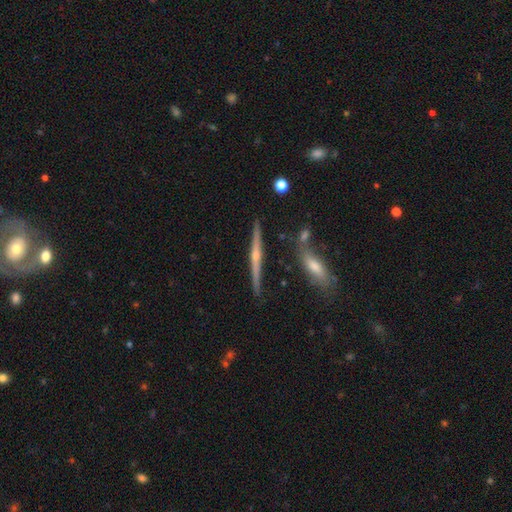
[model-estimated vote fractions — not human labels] smooth-or-featured: featured or disk: 78% | smooth: 16% | star or artifact: 6%
  disk-edge-on: yes: 98% | no: 2%
    edge-on-bulge: rounded: 85% | none: 10% | boxy: 4%
  merging: none: 85% | minor disturbance: 8% | merger: 4% | major disturbance: 2%